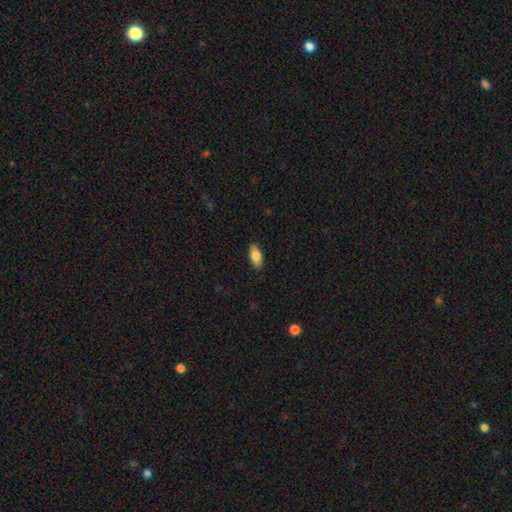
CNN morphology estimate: This is clearly a smooth galaxy (82%). How rounded: clearly in between (90%). Merging: clearly none (88%).